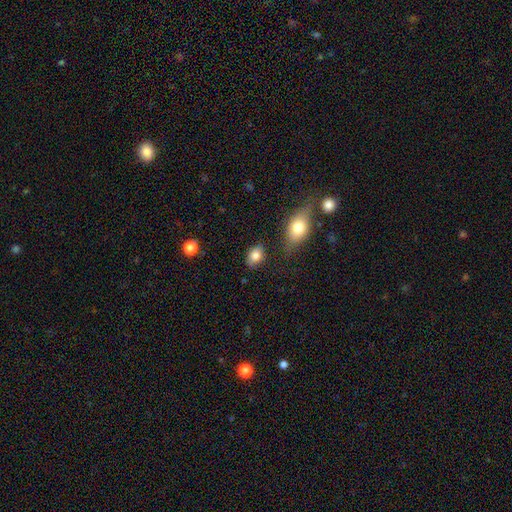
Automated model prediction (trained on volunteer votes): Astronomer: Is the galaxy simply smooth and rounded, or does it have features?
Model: smooth — 82%.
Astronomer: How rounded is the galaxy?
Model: in between — 75%.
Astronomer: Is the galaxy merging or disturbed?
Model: none — 77%.